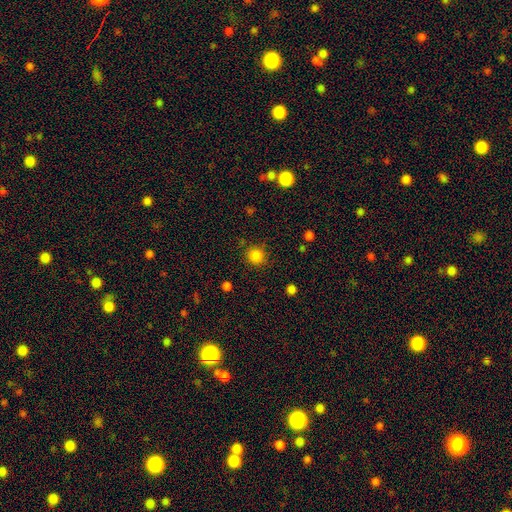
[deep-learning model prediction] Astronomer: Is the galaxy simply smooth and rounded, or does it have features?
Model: smooth — 84%.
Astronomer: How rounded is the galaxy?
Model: round — 92%.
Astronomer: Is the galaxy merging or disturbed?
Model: none — 86%.